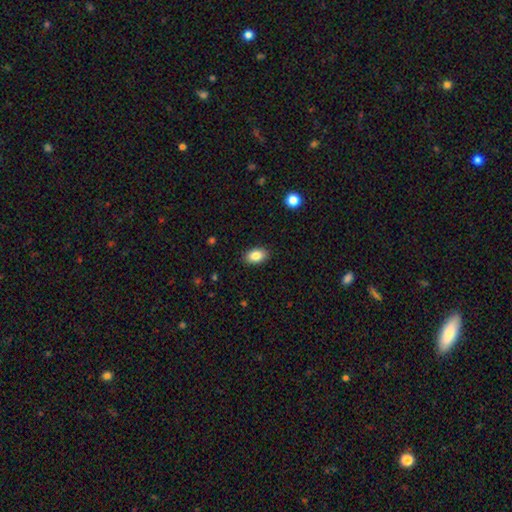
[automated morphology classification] type=smooth (86%); roundness=in between (89%); merging=none (89%).